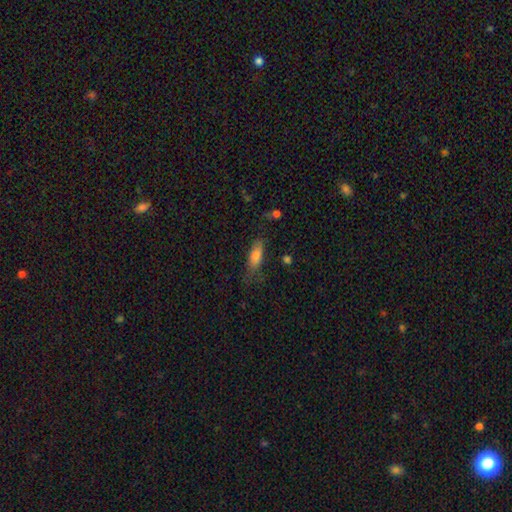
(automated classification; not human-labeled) Q: Smooth or featured?
A: smooth (79%); runner-up: featured or disk (13%)
Q: How rounded?
A: in between (67%); runner-up: cigar-shaped (31%)
Q: Merging?
A: none (57%); runner-up: minor disturbance (28%)